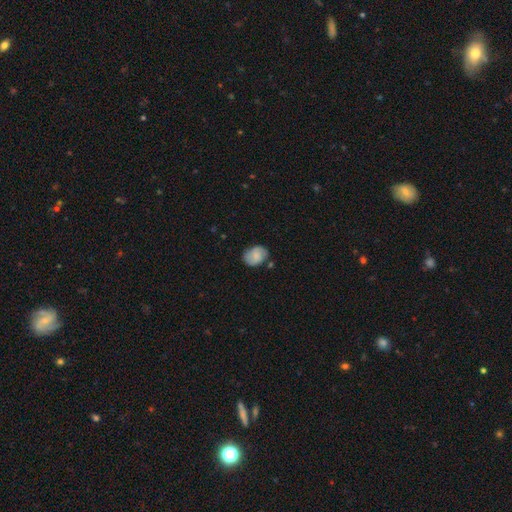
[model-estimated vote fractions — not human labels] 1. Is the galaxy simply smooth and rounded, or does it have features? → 67% smooth, 25% featured or disk, 8% star or artifact.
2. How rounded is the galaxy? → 60% in between, 39% round, 1% cigar-shaped.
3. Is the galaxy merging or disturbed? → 70% none, 20% minor disturbance, 5% merger, 4% major disturbance.